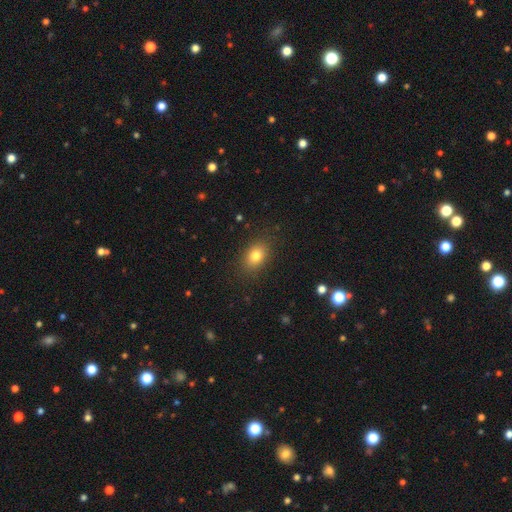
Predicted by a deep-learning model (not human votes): Smooth or featured? smooth (81%)
How rounded? in between (74%)
Merging? none (86%)